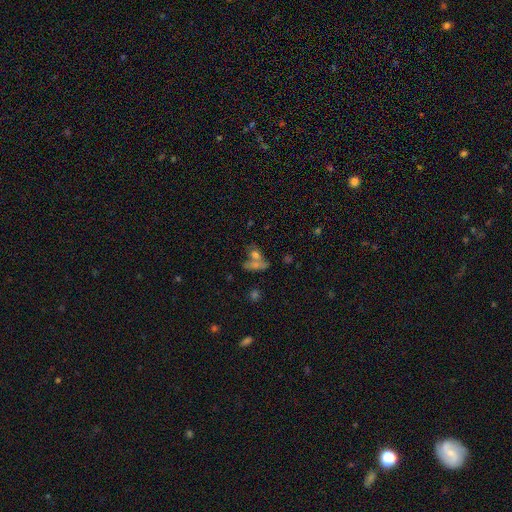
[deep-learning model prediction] smooth_or_featured: smooth (p=0.53) [alt: featured or disk p=0.27]
how_rounded: in between (p=0.59) [alt: round p=0.27]
merging: merger (p=0.44) [alt: none p=0.36]